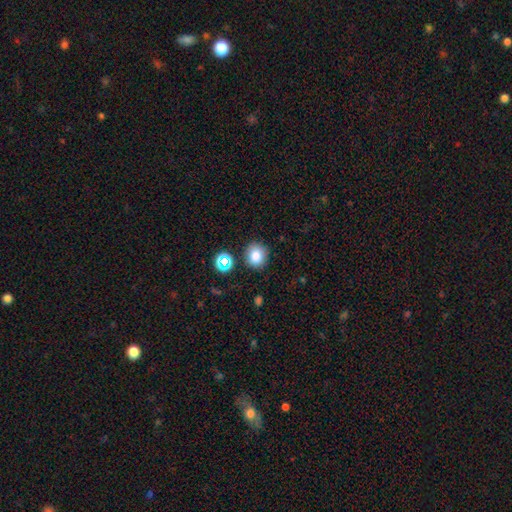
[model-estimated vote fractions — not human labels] A smooth galaxy with no disk features (80%) that is round (75%). Merging: none (83%).